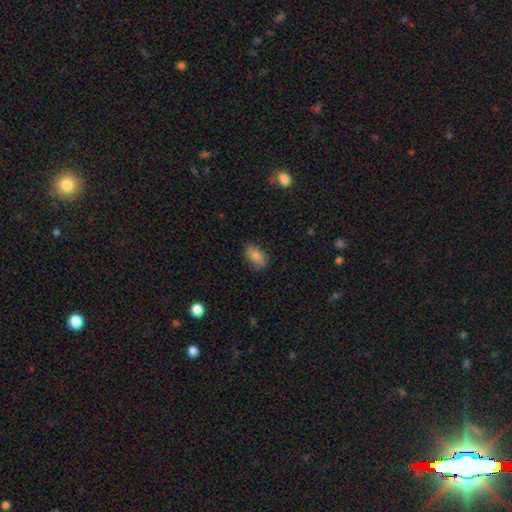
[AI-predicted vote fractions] smooth-or-featured: smooth: 78% | featured or disk: 14% | star or artifact: 9%
  how-rounded: in between: 90% | round: 8% | cigar-shaped: 2%
  merging: none: 80% | minor disturbance: 16% | major disturbance: 3% | merger: 1%